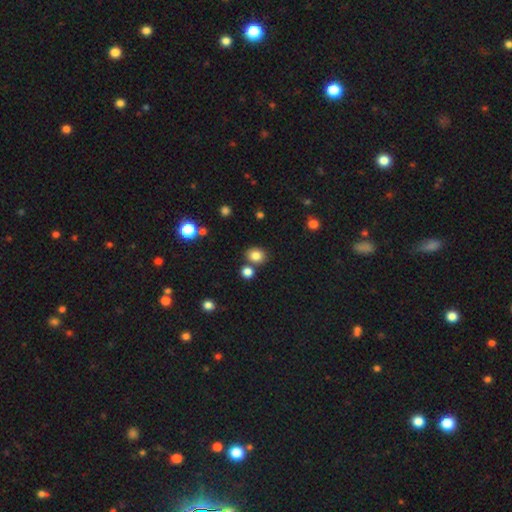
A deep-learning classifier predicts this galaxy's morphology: This appears to be a smooth galaxy with no disk features (82%) that is round (62%). Merging: none (71%).